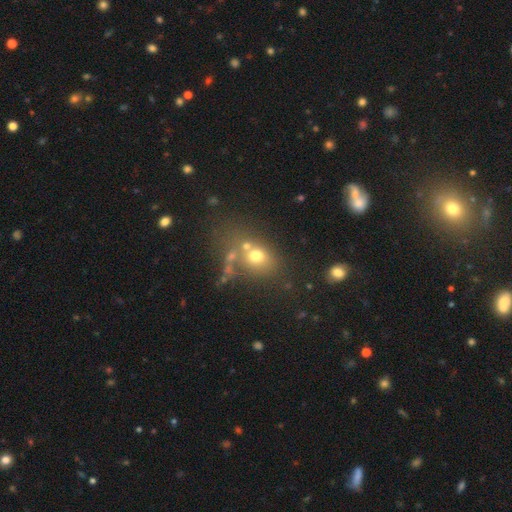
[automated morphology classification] smooth_or_featured: smooth (p=0.64) [alt: featured or disk p=0.18]
how_rounded: round (p=0.50) [alt: in between p=0.48]
merging: none (p=0.43) [alt: merger p=0.31]